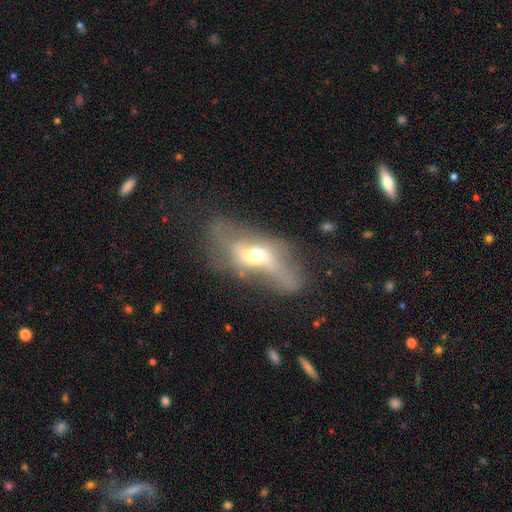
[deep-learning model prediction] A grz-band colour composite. It shows a featured or disk galaxy (64%) with no bar (54%), spiral arms (53%) and a moderate central bulge (63%). Merging: major disturbance (36%).